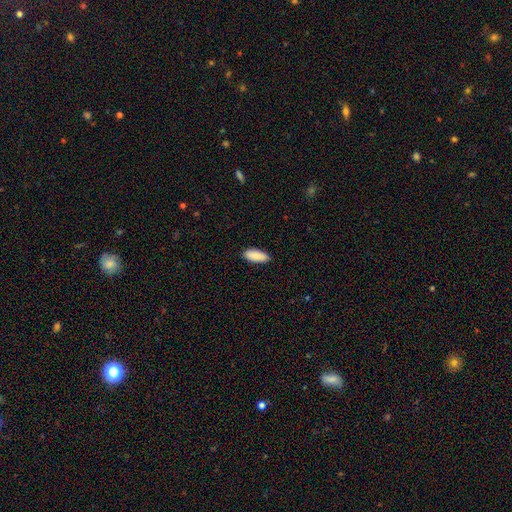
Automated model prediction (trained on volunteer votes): Q: Smooth or featured?
A: smooth (90%); runner-up: star or artifact (6%)
Q: How rounded?
A: in between (80%); runner-up: cigar-shaped (18%)
Q: Merging?
A: none (89%); runner-up: minor disturbance (8%)